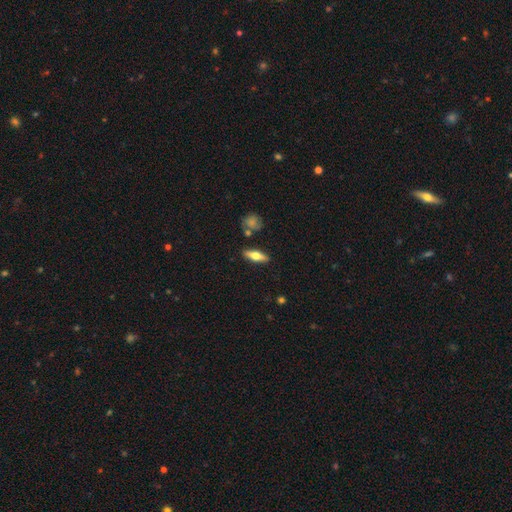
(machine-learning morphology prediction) Overall: smooth (50%; featured or disk 44%). How rounded: in between (51%; cigar-shaped 46%). Merging: none (84%).